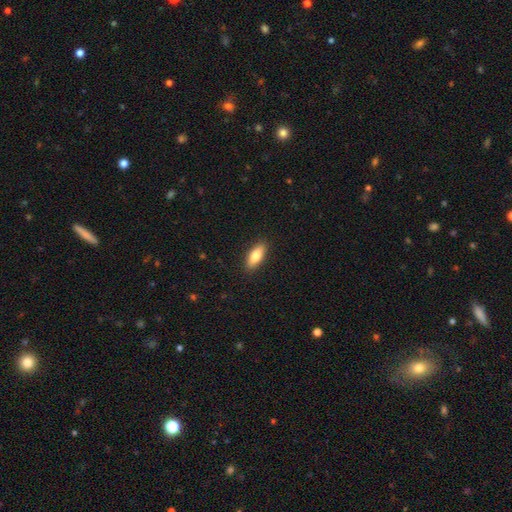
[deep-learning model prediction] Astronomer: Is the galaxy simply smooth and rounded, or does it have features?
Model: smooth — 81%.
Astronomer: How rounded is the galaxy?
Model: in between — 74%.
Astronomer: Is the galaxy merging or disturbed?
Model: none — 89%.